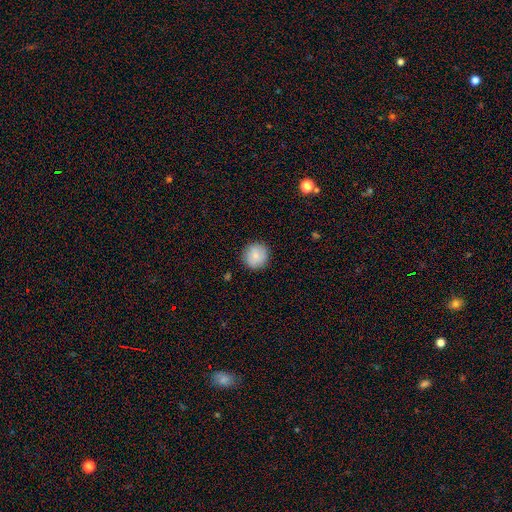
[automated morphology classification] smooth 82%, featured or disk 11%, star or artifact 7%. Down the decision tree: how rounded — round (92%); merging — none (89%).